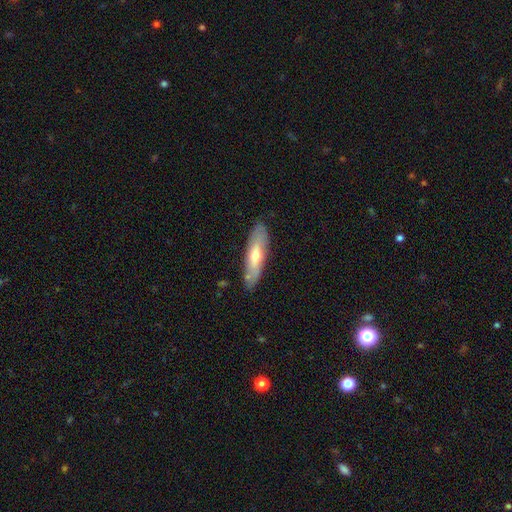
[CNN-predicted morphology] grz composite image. It shows a smooth galaxy with no disk features (48%). Merging: none (83%).